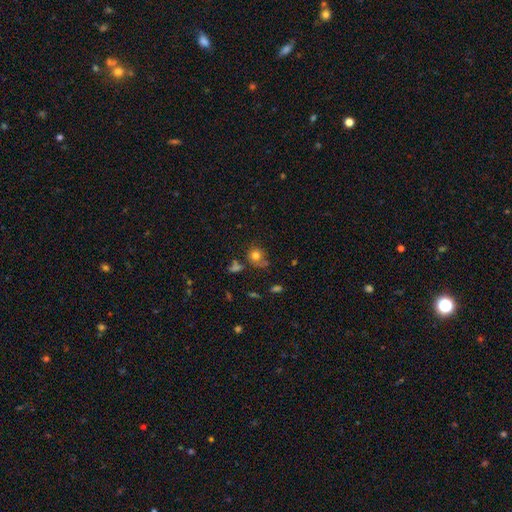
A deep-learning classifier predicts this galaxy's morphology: This is likely a smooth galaxy (76%). How rounded: likely round (78%). Merging: possibly none (54%).